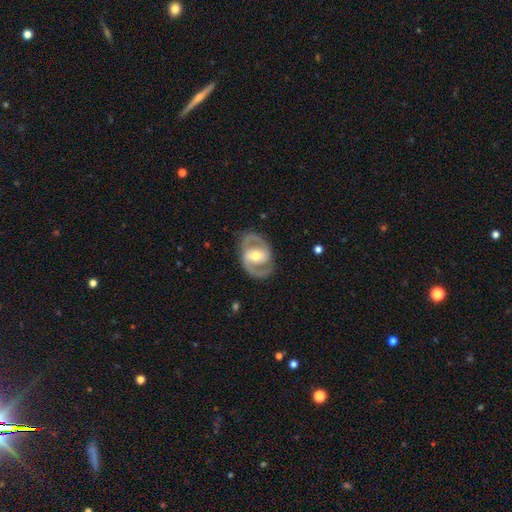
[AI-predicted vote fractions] Smooth or featured? Predicted: featured or disk (p=0.89). Edge-on disk? Predicted: no (p=0.97). Bar? Predicted: weak (p=0.41). Spiral arms? Predicted: yes (p=0.94). Spiral winding? Predicted: medium (p=0.57). Spiral arm count? Predicted: 2 (p=0.92). Bulge size? Predicted: moderate (p=0.68). Merging? Predicted: none (p=0.83).